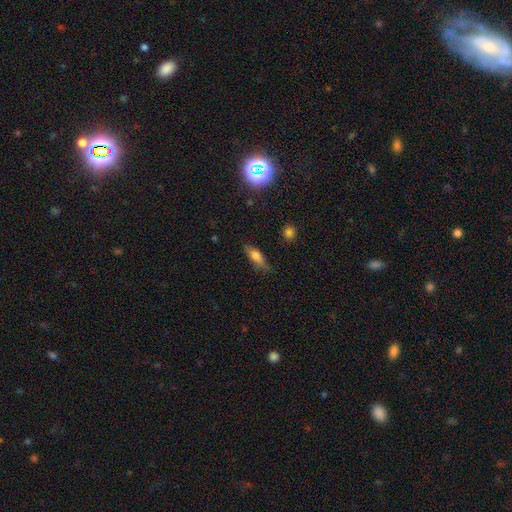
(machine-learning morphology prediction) smooth 73%, featured or disk 17%, star or artifact 10%. Down the decision tree: how rounded — in between (64%); merging — none (75%).